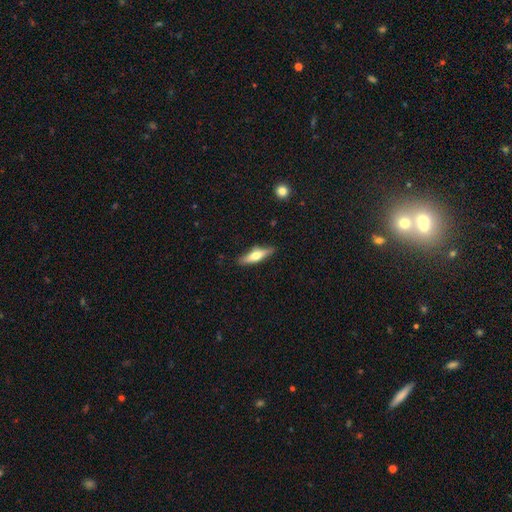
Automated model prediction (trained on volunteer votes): A smooth galaxy with no disk features (51%) that is cigar-shaped (66%).

Vote fractions:
- Smooth or featured? smooth: 51% / featured or disk: 43% / star or artifact: 6%
- How rounded? cigar-shaped: 66% / in between: 32% / round: 2%
- Merging? none: 85% / minor disturbance: 11% / major disturbance: 2% / merger: 2%